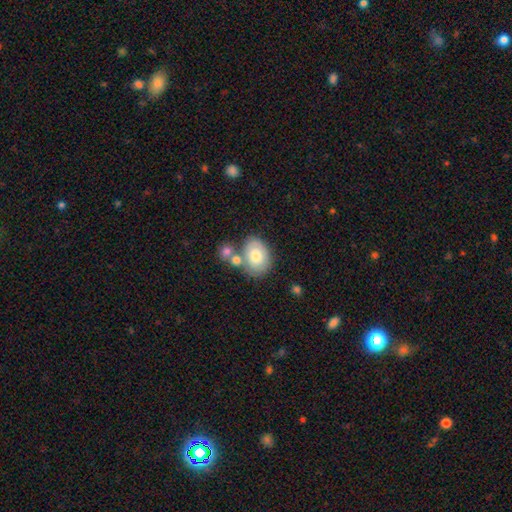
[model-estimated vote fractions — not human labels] Overall: smooth (67%). How rounded: in between (75%). Merging: none (51%; merger 27%).